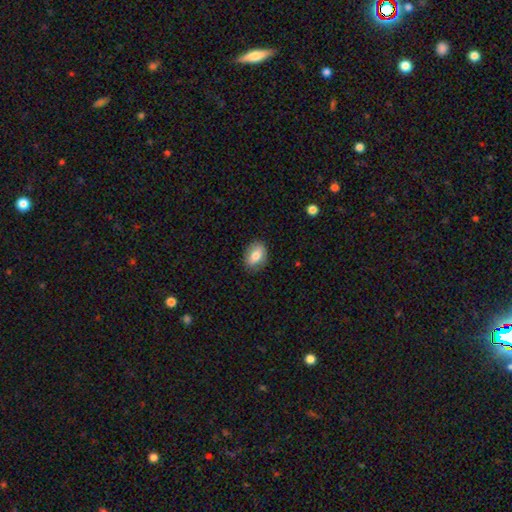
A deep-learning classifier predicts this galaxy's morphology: The model was most divided on "smooth or featured": smooth: 73%, featured or disk: 19%, star or artifact: 7%. More confident: merging — none (83%); how rounded — in between (80%).